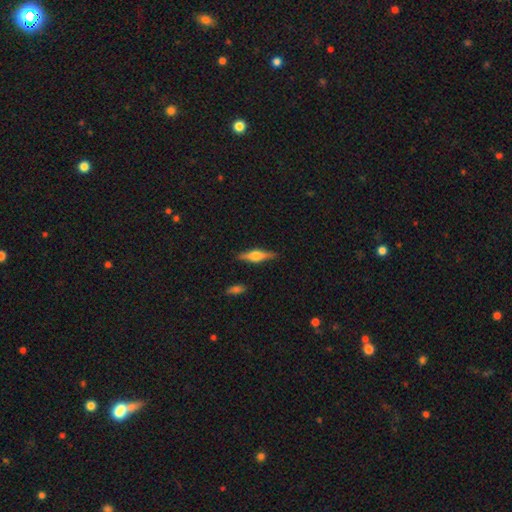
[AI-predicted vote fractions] smooth_or_featured: featured or disk (p=0.60) [alt: smooth p=0.34]
disk_edge_on: yes (p=0.96) [alt: no p=0.04]
edge_on_bulge: rounded (p=0.91) [alt: boxy p=0.06]
merging: none (p=0.88) [alt: minor disturbance p=0.09]